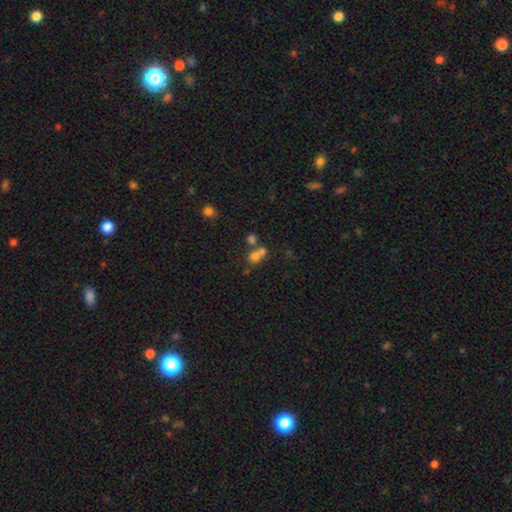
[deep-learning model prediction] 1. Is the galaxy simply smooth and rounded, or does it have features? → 69% smooth, 17% star or artifact, 14% featured or disk.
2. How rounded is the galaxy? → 78% round, 21% in between, 1% cigar-shaped.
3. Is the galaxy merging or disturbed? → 52% merger, 38% none, 7% minor disturbance, 4% major disturbance.